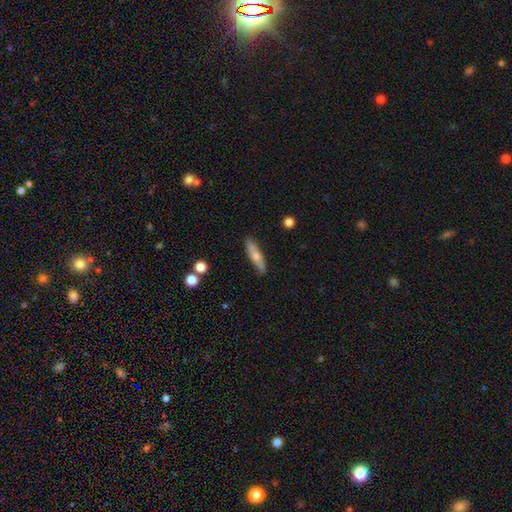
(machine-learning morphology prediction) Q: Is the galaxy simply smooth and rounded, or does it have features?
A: smooth — 57%.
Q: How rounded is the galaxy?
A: cigar-shaped — 77%.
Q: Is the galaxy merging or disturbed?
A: none — 87%.